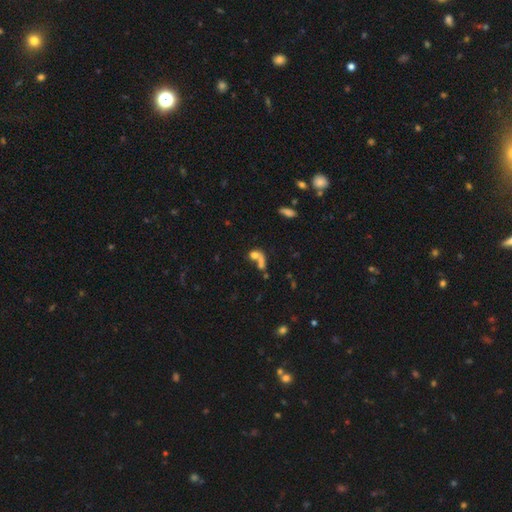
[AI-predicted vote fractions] Smooth or featured? Predicted: smooth (p=0.63). How rounded? Predicted: in between (p=0.51). Merging? Predicted: merger (p=0.51).